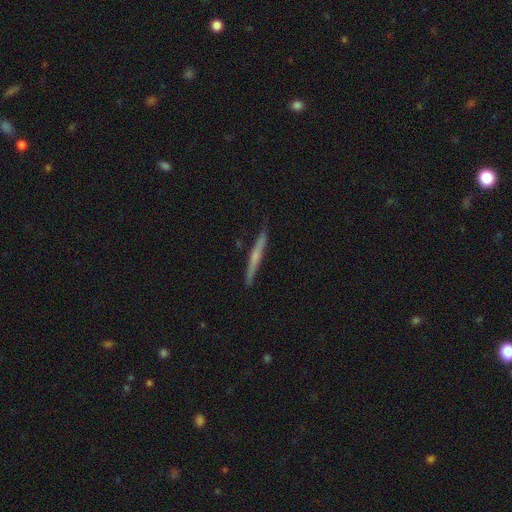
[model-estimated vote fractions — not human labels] Smooth or featured: featured or disk — 52% (smooth — 42%)
Edge-on disk: yes — 97% (no — 3%)
Edge-on bulge: none — 55% (rounded — 37%)
Merging: none — 87% (minor disturbance — 10%)